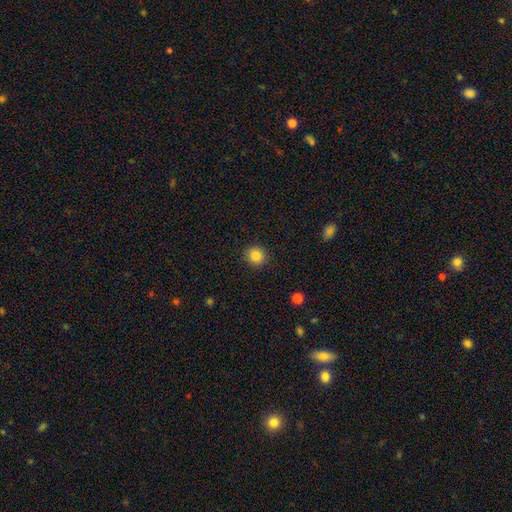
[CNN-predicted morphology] Overall: smooth (85%). How rounded: round (87%). Merging: none (91%).